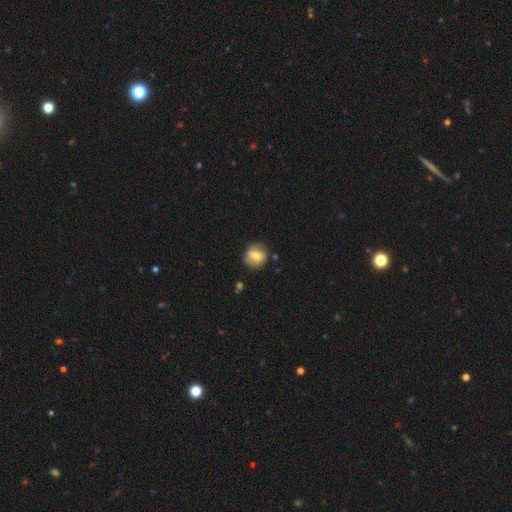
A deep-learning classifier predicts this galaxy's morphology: smooth-or-featured: smooth: 55% | featured or disk: 38% | star or artifact: 8%
  how-rounded: round: 75% | in between: 24% | cigar-shaped: 1%
  merging: none: 72% | minor disturbance: 20% | major disturbance: 6% | merger: 3%